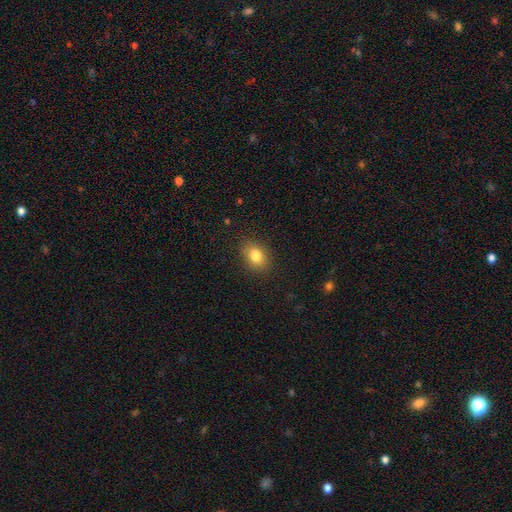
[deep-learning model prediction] Smooth or featured? Predicted: smooth (p=0.83). How rounded? Predicted: in between (p=0.73). Merging? Predicted: none (p=0.86).